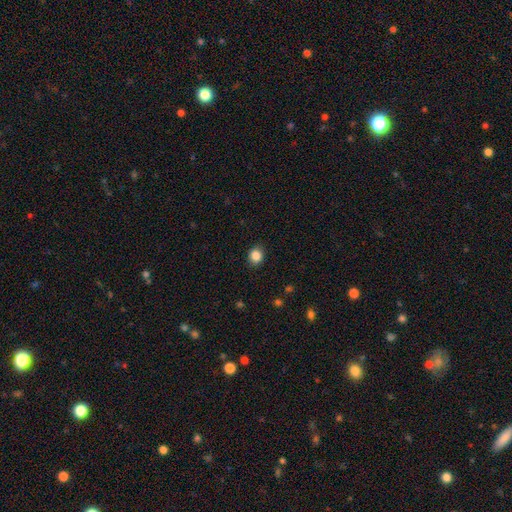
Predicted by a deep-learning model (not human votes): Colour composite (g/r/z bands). It shows a smooth galaxy with no disk features (85%) that is round (72%). Merging: none (88%).